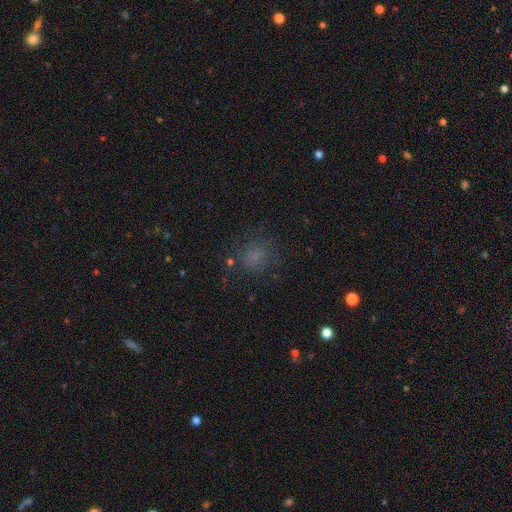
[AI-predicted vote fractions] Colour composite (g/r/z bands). It shows a smooth galaxy with no disk features (68%) that is round (60%). Merging: none (70%).